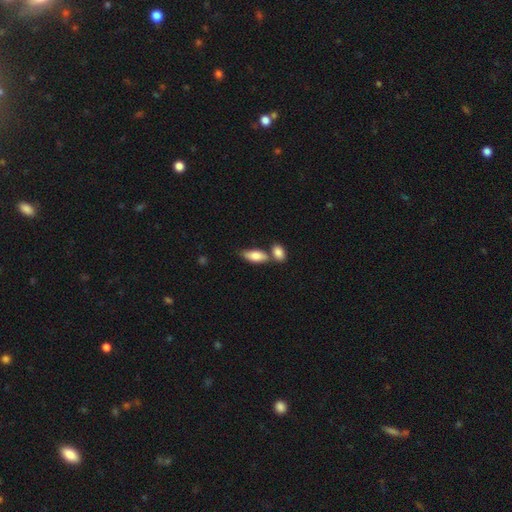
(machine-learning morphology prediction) Q: Smooth or featured?
A: smooth (80%); runner-up: featured or disk (13%)
Q: How rounded?
A: in between (84%); runner-up: cigar-shaped (13%)
Q: Merging?
A: none (48%); runner-up: merger (36%)